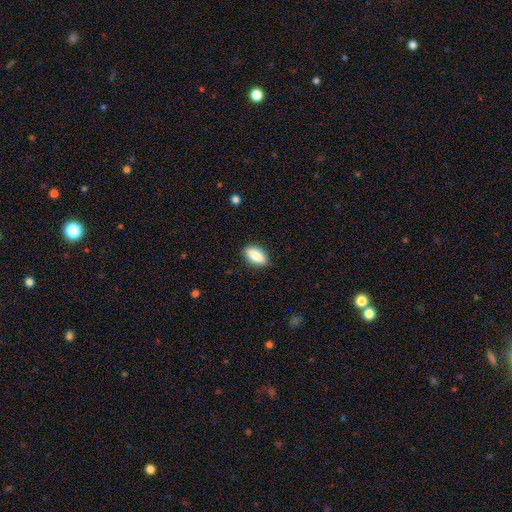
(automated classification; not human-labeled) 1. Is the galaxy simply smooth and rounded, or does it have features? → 84% smooth, 10% featured or disk, 7% star or artifact.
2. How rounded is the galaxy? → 84% in between, 12% cigar-shaped, 4% round.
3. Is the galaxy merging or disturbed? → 85% none, 11% minor disturbance, 2% major disturbance, 1% merger.